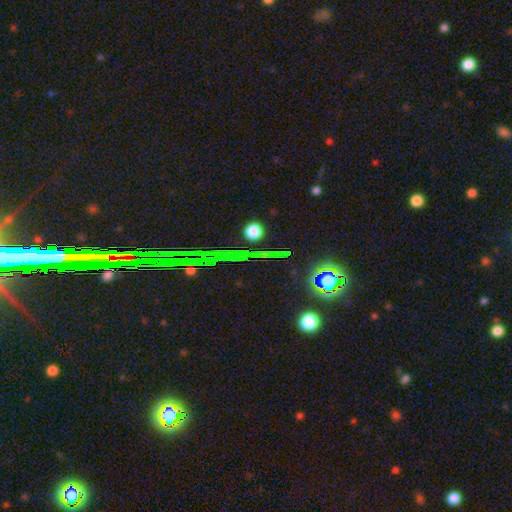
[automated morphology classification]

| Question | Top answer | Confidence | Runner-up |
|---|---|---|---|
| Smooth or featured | star or artifact | 77% | smooth (12%) |